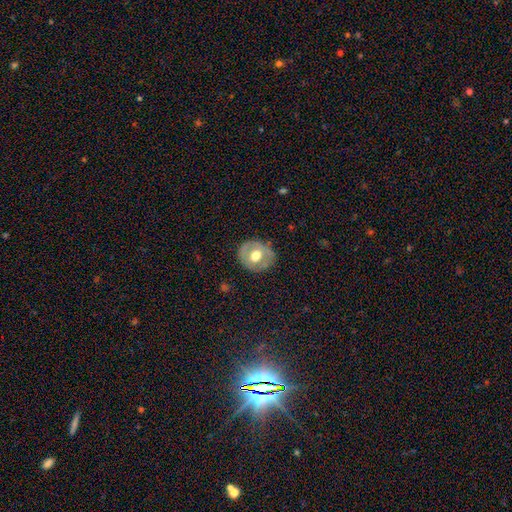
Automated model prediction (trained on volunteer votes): Smooth or featured? smooth (49%)
Merging? none (79%)